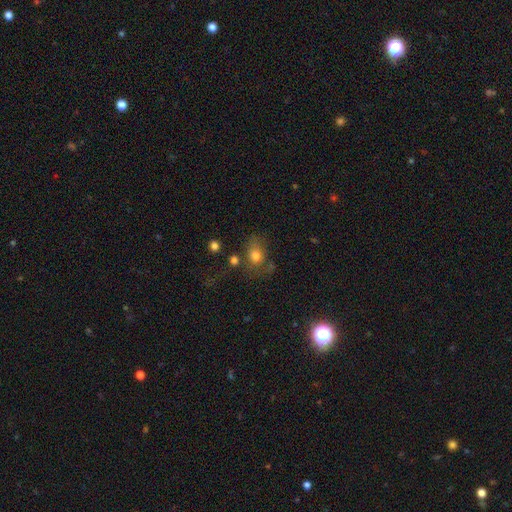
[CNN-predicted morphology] smooth_or_featured: smooth (p=0.74) [alt: featured or disk p=0.13]
how_rounded: in between (p=0.51) [alt: round p=0.47]
merging: none (p=0.48) [alt: minor disturbance p=0.22]